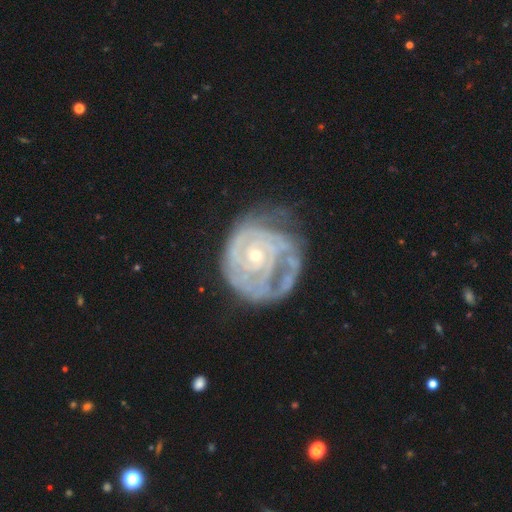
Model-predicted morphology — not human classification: A featured or disk galaxy (84%) with no bar (78%), tight (75%) spiral arms (87%) and a small central bulge (65%).

Vote fractions:
- Smooth or featured? featured or disk: 84% / smooth: 10% / star or artifact: 6%
- Edge-on disk? no: 98% / yes: 2%
- Bar? no: 78% / weak: 18% / strong: 5%
- Spiral arms? yes: 87% / no: 13%
- Spiral winding? tight: 75% / medium: 19% / loose: 6%
- Spiral arm count? can't tell: 43% / 2: 19% / 3: 15% / 1: 8% / 4: 8% / more than 4: 6%
- Bulge size? small: 65% / moderate: 31% / large: 2% / none: 1% / dominant: 1%
- Merging? none: 41% / major disturbance: 28% / minor disturbance: 27% / merger: 4%